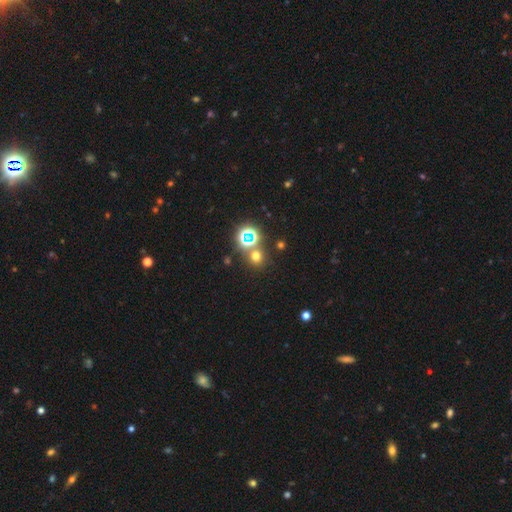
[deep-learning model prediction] Smooth or featured: smooth — 57% (star or artifact — 35%)
How rounded: round — 87% (in between — 12%)
Merging: none — 75% (merger — 14%)